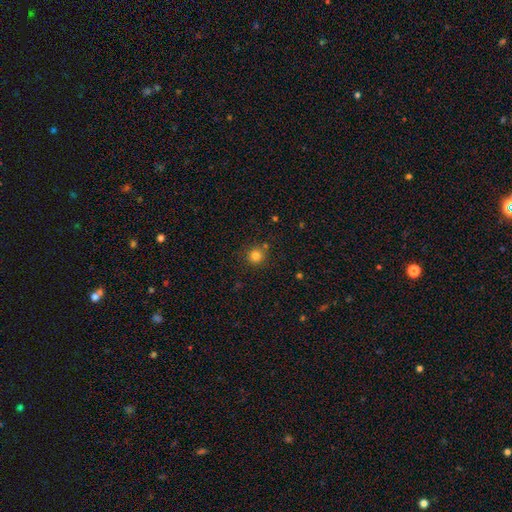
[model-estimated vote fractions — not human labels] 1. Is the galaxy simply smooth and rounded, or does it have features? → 81% smooth, 13% star or artifact, 5% featured or disk.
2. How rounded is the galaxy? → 93% round, 6% in between, 1% cigar-shaped.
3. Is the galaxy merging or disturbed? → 82% none, 9% minor disturbance, 7% merger, 3% major disturbance.